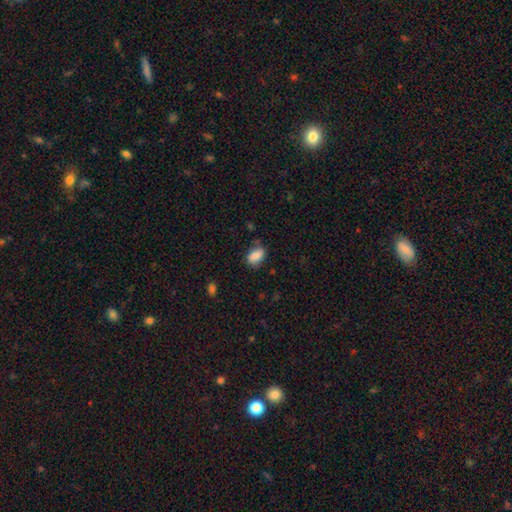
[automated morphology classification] This is clearly a smooth galaxy (83%). How rounded: clearly in between (83%). Merging: likely none (68%).